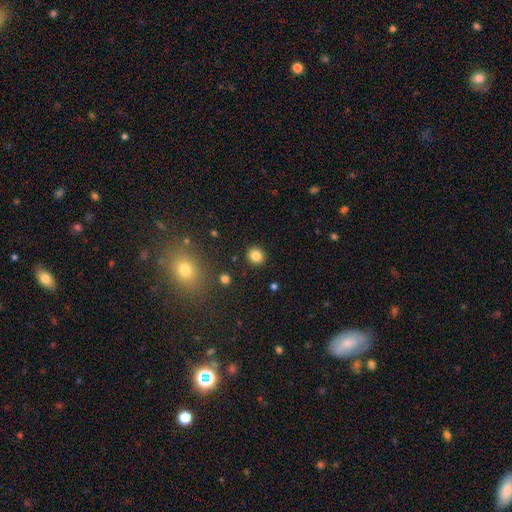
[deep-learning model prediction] Morphology: type=smooth (83%); roundness=round (79%); merging=none (90%).